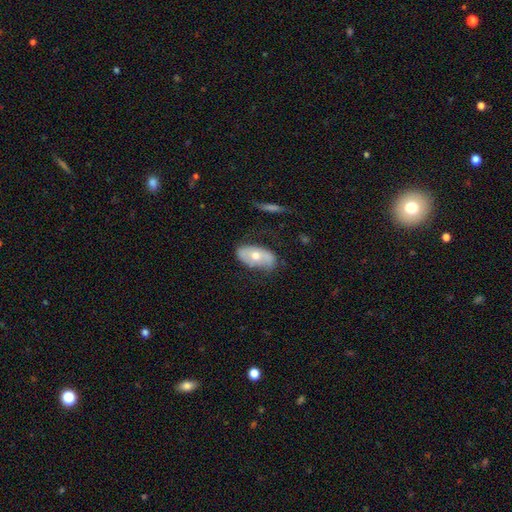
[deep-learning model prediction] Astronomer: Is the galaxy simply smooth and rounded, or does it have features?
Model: smooth — 50% (runner-up: featured or disk, 44%).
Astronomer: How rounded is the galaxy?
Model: in between — 92%.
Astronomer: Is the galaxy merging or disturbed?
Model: none — 66%.